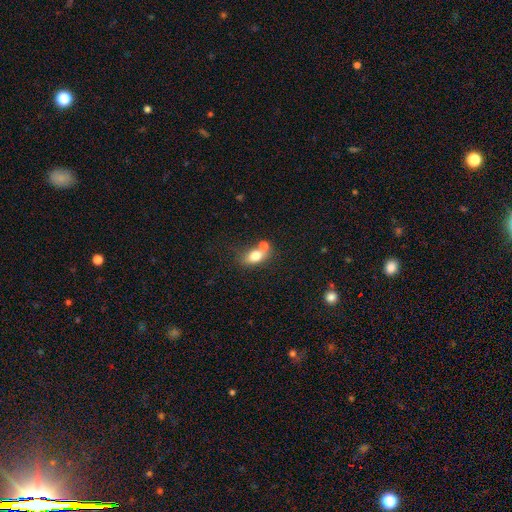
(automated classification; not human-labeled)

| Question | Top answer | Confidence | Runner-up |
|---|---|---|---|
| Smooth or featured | smooth | 76% | featured or disk (15%) |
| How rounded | in between | 73% | round (24%) |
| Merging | none | 43% | merger (39%) |